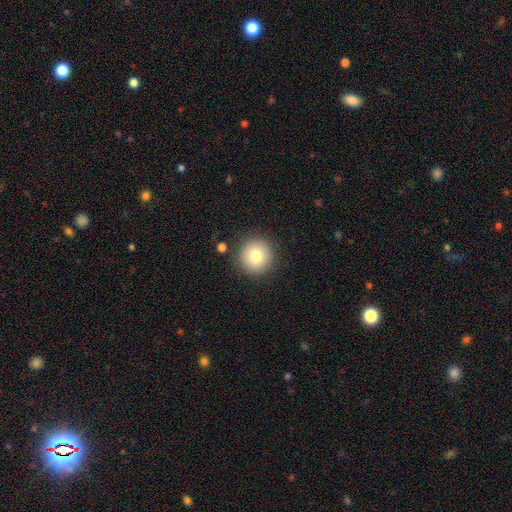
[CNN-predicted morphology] Smooth or featured? smooth (80%)
How rounded? round (95%)
Merging? none (87%)